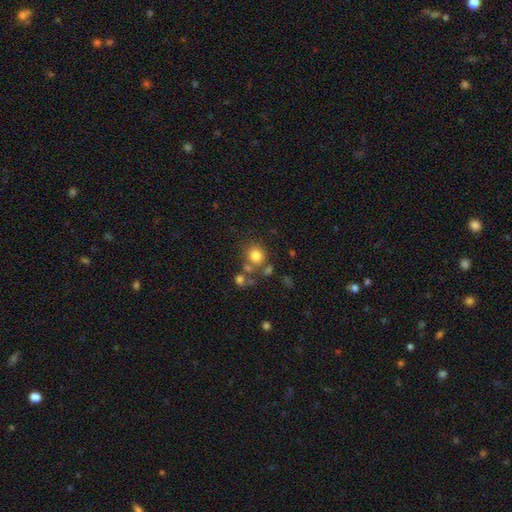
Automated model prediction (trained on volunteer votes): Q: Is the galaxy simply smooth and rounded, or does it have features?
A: smooth — 78%.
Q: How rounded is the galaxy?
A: round — 80%.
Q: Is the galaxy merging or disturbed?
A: none — 62%.